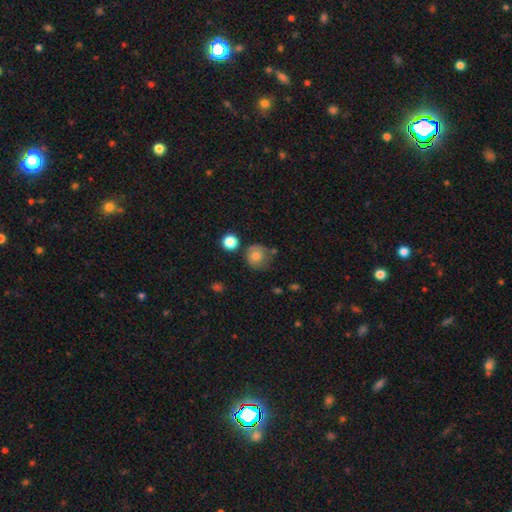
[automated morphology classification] Q: Smooth or featured?
A: smooth (75%); runner-up: featured or disk (15%)
Q: How rounded?
A: round (87%); runner-up: in between (12%)
Q: Merging?
A: none (62%); runner-up: minor disturbance (22%)